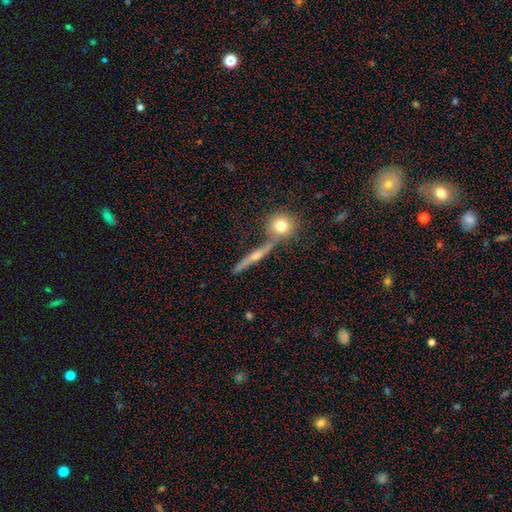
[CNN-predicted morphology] This is marginally a featured or disk galaxy (44%). Merging: likely none (66%).